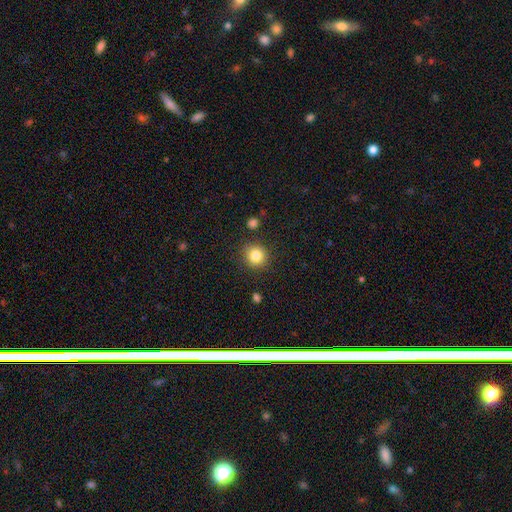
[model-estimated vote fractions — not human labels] The model was most divided on "smooth or featured": smooth: 83%, star or artifact: 11%, featured or disk: 6%. More confident: how rounded — round (90%); merging — none (88%).